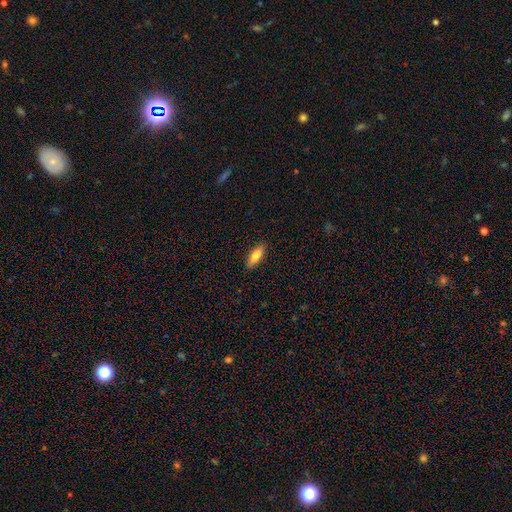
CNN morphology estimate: Overall: smooth (77%). How rounded: in between (61%; cigar-shaped 37%). Merging: none (89%).